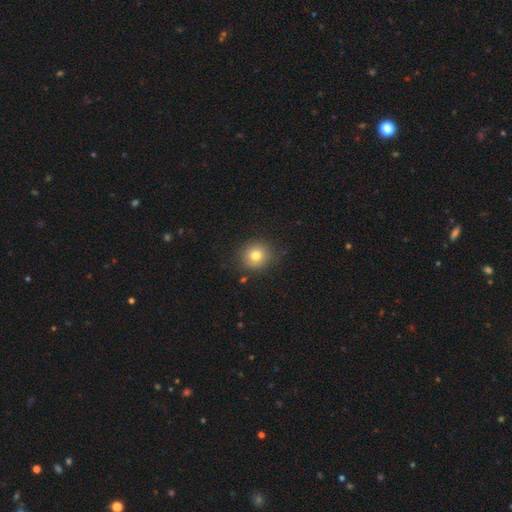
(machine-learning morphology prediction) This appears to be a smooth galaxy with no disk features (78%) that is round (88%). Merging: none (85%).